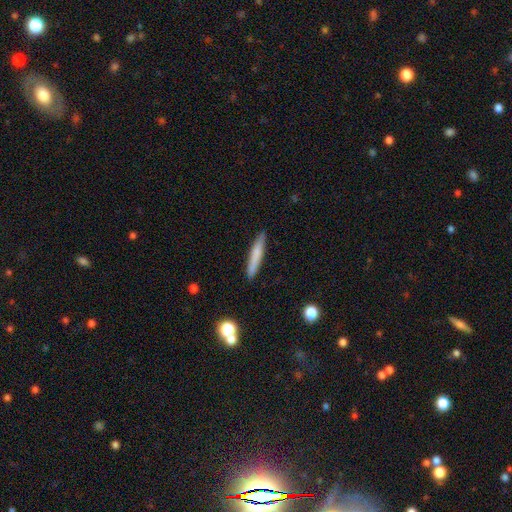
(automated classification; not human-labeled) Smooth or featured? smooth (71%)
How rounded? cigar-shaped (94%)
Merging? none (89%)